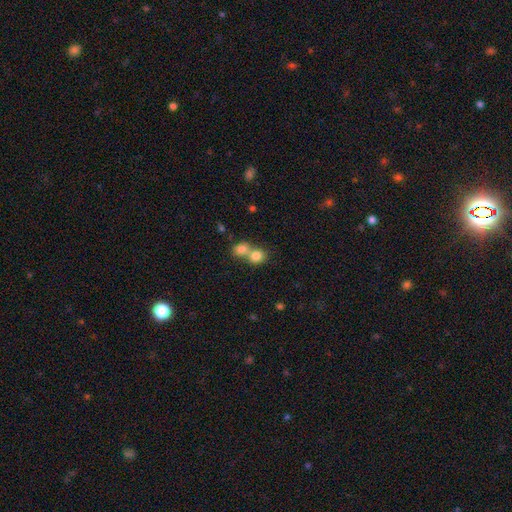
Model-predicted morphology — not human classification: Smooth or featured: smooth — 80% (star or artifact — 11%)
How rounded: round — 75% (in between — 24%)
Merging: merger — 60% (none — 32%)